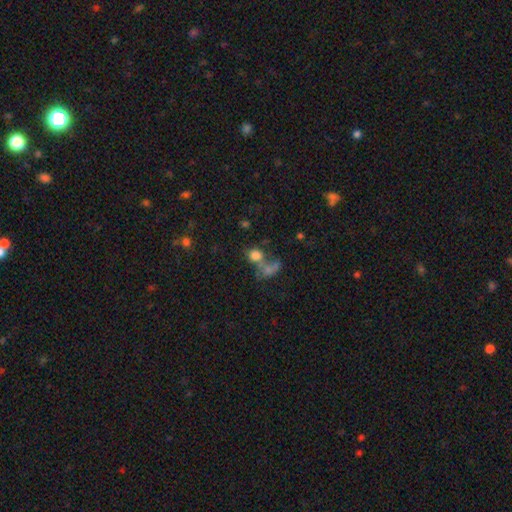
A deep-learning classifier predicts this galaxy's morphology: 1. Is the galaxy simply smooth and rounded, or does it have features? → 72% smooth, 15% star or artifact, 13% featured or disk.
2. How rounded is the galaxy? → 72% round, 27% in between, 2% cigar-shaped.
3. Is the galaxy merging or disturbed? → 43% merger, 36% none, 12% major disturbance, 10% minor disturbance.